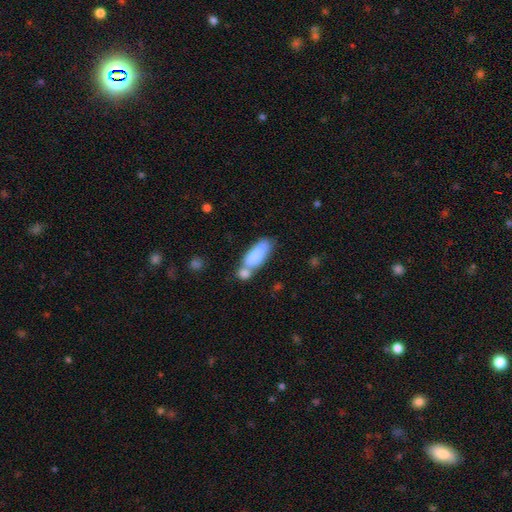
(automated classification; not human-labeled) Smooth or featured? smooth (82%)
How rounded? in between (67%)
Merging? merger (47%)